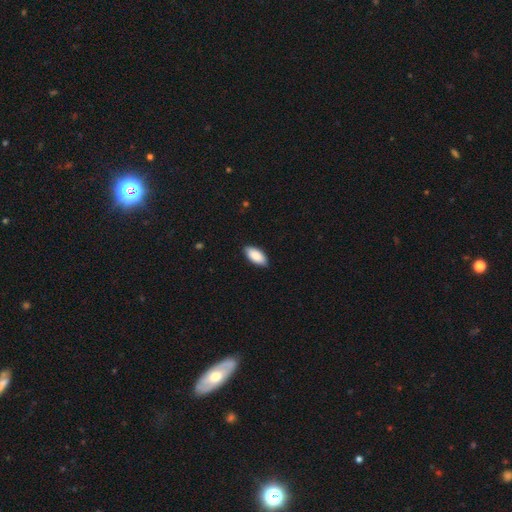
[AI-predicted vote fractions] smooth-or-featured: smooth: 89% | star or artifact: 6% | featured or disk: 5%
  how-rounded: in between: 92% | cigar-shaped: 7% | round: 2%
  merging: none: 86% | minor disturbance: 11% | major disturbance: 2% | merger: 1%